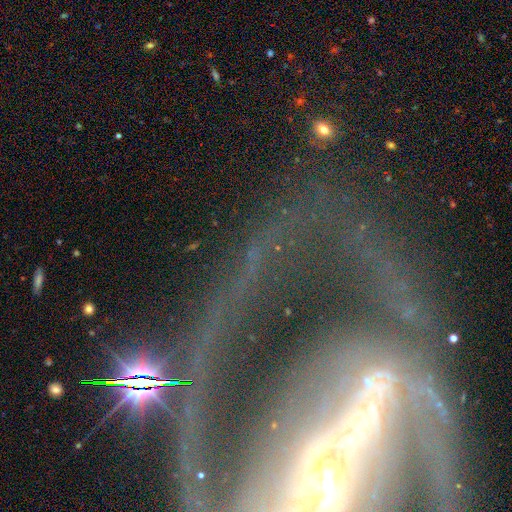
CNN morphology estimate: This is clearly a featured or disk galaxy (80%). It is clearly not viewed edge-on (88%). Bar: likely strong (62%). Spiral arm pattern: likely yes (76%). Spiral arm count: likely 2 (60%). Spiral winding: marginally medium (37%). Central bulge: marginally moderate (44%). Merging: possibly none (47%).